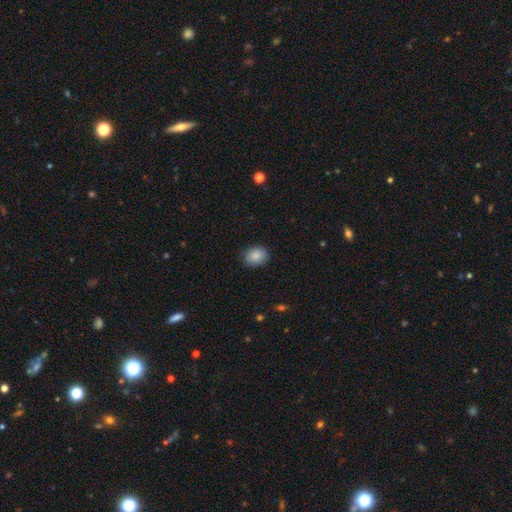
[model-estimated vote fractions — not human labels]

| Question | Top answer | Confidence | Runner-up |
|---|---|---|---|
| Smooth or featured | smooth | 86% | star or artifact (8%) |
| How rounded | in between | 59% | round (41%) |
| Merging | none | 86% | minor disturbance (10%) |